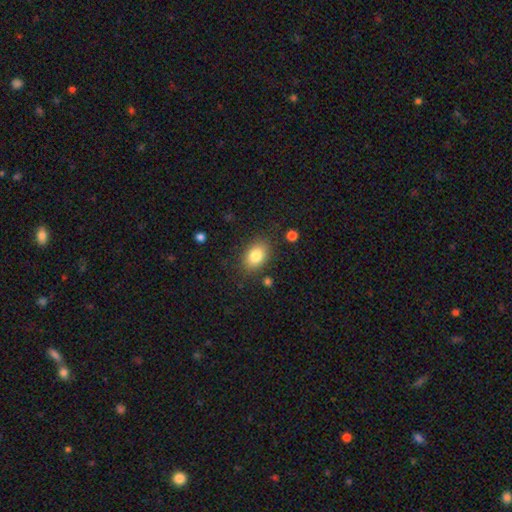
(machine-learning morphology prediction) Smooth or featured?
  - smooth: 83% *
  - featured or disk: 9%
  - star or artifact: 8%
How rounded?
  - in between: 77% *
  - round: 22%
  - cigar-shaped: 1%
Merging?
  - none: 83% *
  - minor disturbance: 11%
  - major disturbance: 3%
  - merger: 2%